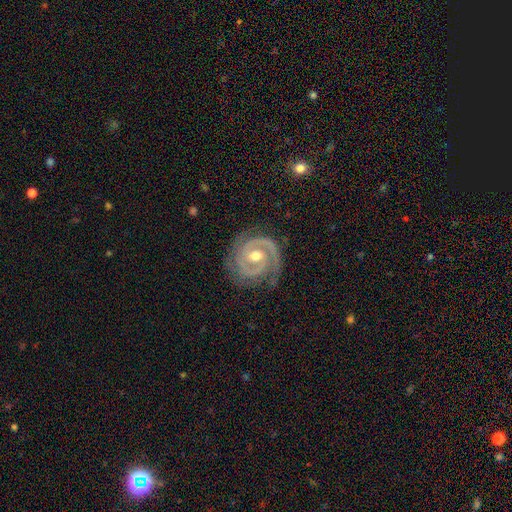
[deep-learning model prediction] Q: Smooth or featured?
A: featured or disk (92%); runner-up: star or artifact (4%)
Q: Edge-on disk?
A: no (98%); runner-up: yes (2%)
Q: Bar?
A: no (50%); runner-up: weak (34%)
Q: Spiral arms?
A: yes (98%); runner-up: no (2%)
Q: Spiral winding?
A: tight (69%); runner-up: medium (27%)
Q: Spiral arm count?
A: 2 (84%); runner-up: 3 (6%)
Q: Bulge size?
A: moderate (74%); runner-up: small (21%)
Q: Merging?
A: none (79%); runner-up: minor disturbance (15%)